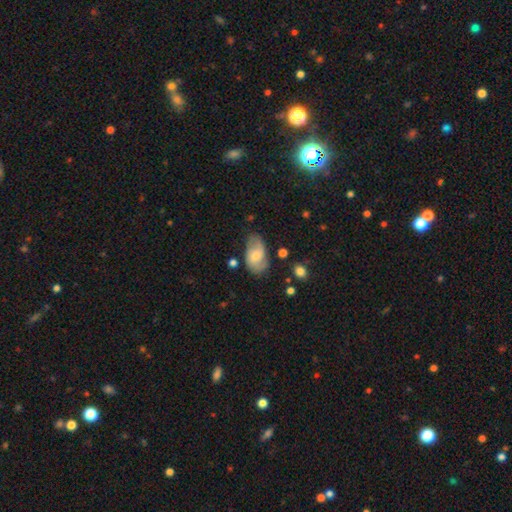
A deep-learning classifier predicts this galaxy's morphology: This is possibly a smooth galaxy (57%). How rounded: clearly in between (92%). Merging: possibly none (58%).